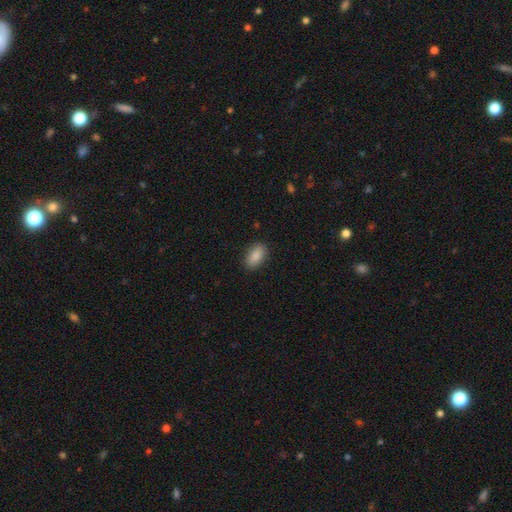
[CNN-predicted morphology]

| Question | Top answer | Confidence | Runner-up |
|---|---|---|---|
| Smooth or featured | smooth | 88% | star or artifact (7%) |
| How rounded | in between | 91% | round (5%) |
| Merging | none | 88% | minor disturbance (9%) |